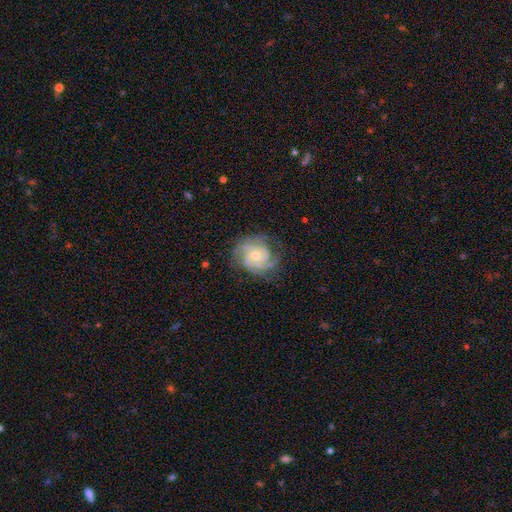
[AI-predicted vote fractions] smooth_or_featured: featured or disk (p=0.83) [alt: smooth p=0.10]
disk_edge_on: no (p=0.98) [alt: yes p=0.02]
bar: no (p=0.76) [alt: weak p=0.21]
has_spiral_arms: yes (p=0.96) [alt: no p=0.04]
spiral_winding: tight (p=0.61) [alt: medium p=0.32]
spiral_arm_count: 3 (p=0.30) [alt: can't tell p=0.25]
bulge_size: small (p=0.53) [alt: moderate p=0.43]
merging: none (p=0.72) [alt: minor disturbance p=0.18]